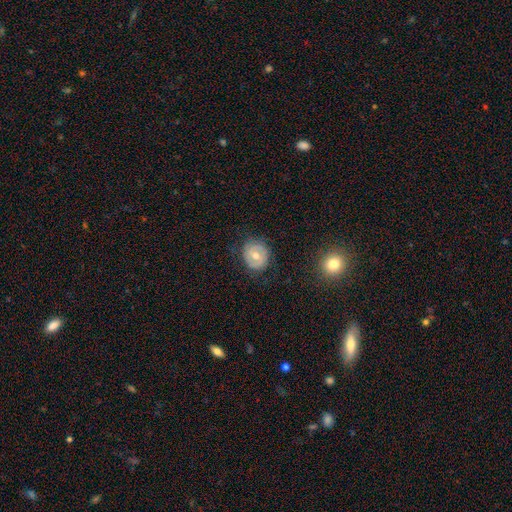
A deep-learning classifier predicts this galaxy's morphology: The model was most divided on "smooth or featured": featured or disk: 47%, smooth: 44%, star or artifact: 9%. More confident: merging — none (78%).